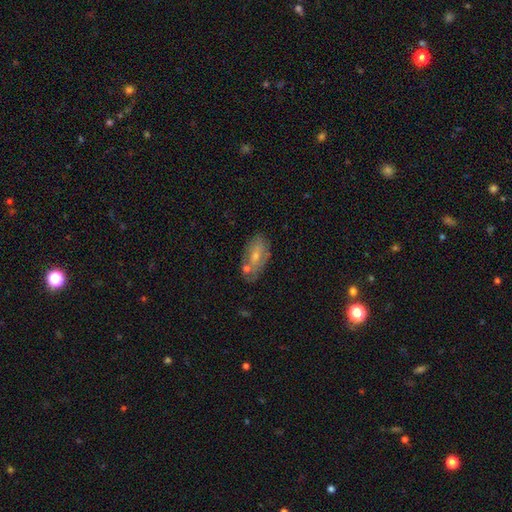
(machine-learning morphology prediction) Smooth or featured? featured or disk (49%)
Merging? none (63%)